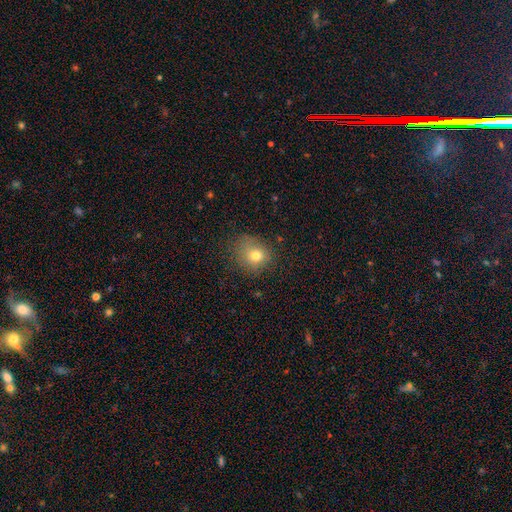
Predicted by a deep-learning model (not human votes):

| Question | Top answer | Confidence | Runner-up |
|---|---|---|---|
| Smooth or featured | smooth | 73% | star or artifact (15%) |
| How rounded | round | 74% | in between (25%) |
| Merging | none | 71% | minor disturbance (19%) |